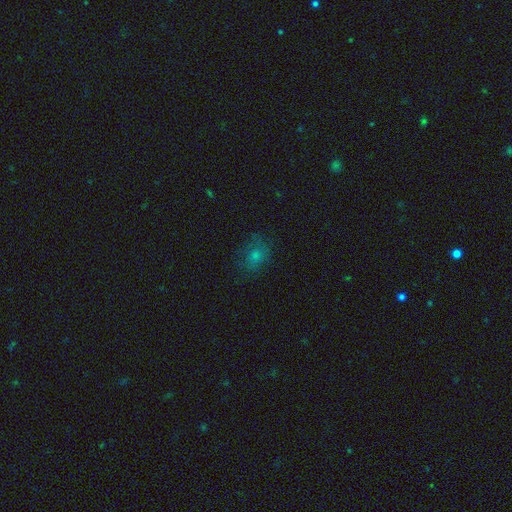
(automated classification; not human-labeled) smooth 67%, star or artifact 18%, featured or disk 15%. Down the decision tree: how rounded — round (52%); merging — none (67%).